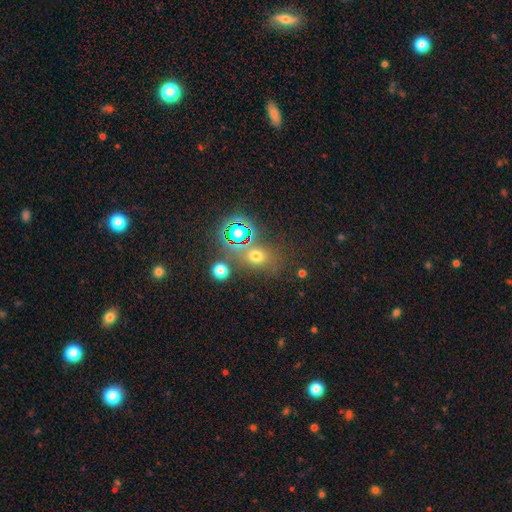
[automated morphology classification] type=smooth (58%); roundness=round (54%); merging=none (67%).